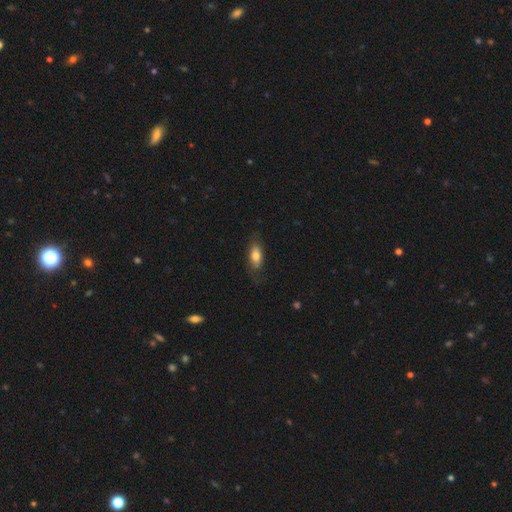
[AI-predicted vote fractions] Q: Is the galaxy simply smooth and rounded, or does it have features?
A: smooth — 76%.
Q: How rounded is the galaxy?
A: in between — 81%.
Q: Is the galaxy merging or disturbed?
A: none — 73%.